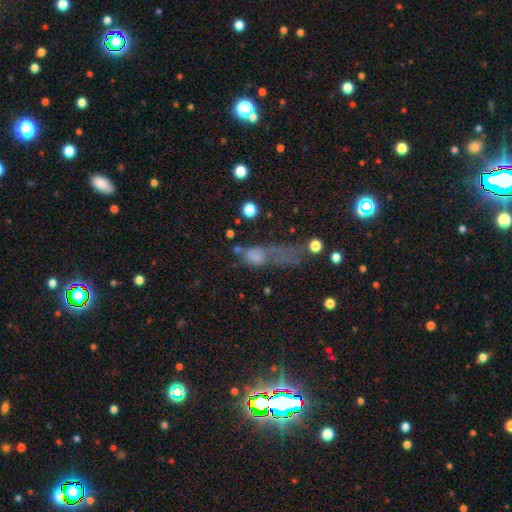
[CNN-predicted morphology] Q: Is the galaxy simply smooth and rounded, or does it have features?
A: smooth — 61%.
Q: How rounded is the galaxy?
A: in between — 62%.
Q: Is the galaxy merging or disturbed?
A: major disturbance — 46%.